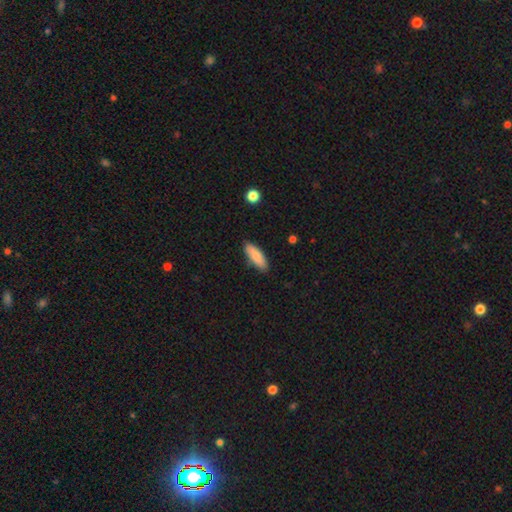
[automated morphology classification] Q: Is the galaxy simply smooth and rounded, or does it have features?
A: smooth — 85%.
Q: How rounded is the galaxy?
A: in between — 60%.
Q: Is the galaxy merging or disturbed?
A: none — 84%.